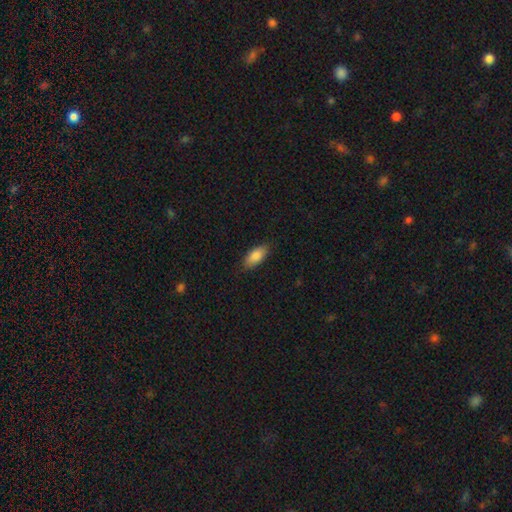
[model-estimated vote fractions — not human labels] smooth_or_featured: smooth (p=0.86) [alt: featured or disk p=0.07]
how_rounded: in between (p=0.87) [alt: cigar-shaped p=0.11]
merging: none (p=0.84) [alt: minor disturbance p=0.12]